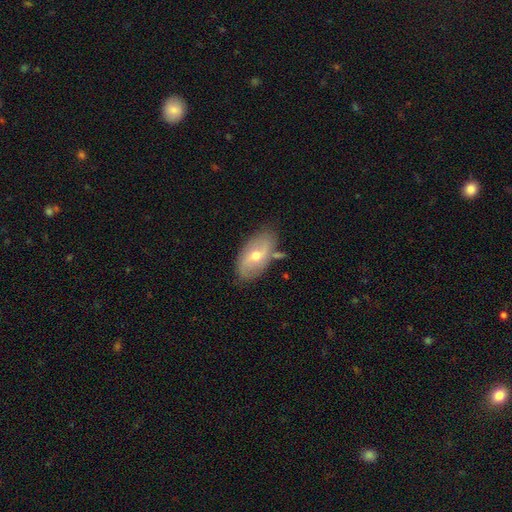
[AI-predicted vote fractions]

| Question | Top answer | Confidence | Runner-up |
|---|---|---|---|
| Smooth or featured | featured or disk | 57% | smooth (36%) |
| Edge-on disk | no | 90% | yes (10%) |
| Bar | no | 42% | weak (41%) |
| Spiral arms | yes | 68% | no (32%) |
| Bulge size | moderate | 60% | small (36%) |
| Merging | none | 73% | minor disturbance (17%) |